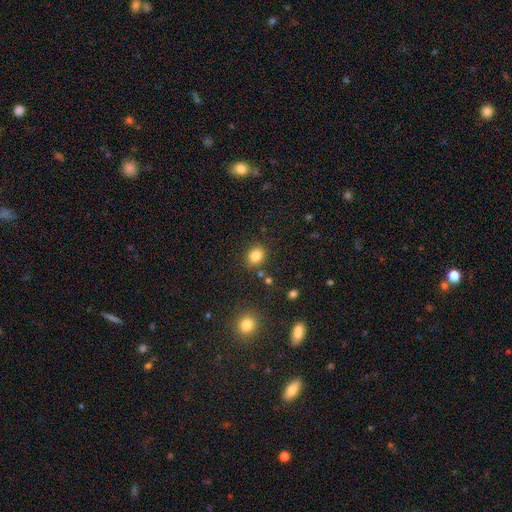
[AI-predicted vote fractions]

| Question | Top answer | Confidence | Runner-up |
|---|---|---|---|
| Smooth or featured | smooth | 84% | star or artifact (11%) |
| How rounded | round | 56% | in between (43%) |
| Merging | none | 81% | minor disturbance (11%) |